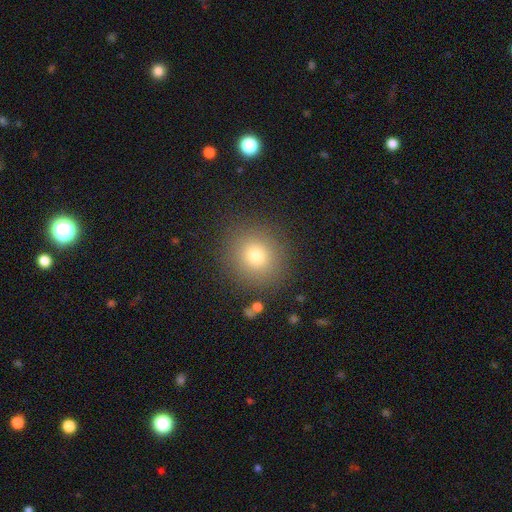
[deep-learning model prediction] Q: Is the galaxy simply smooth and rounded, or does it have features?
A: smooth — 76%.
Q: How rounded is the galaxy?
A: round — 90%.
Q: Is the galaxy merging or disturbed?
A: none — 87%.